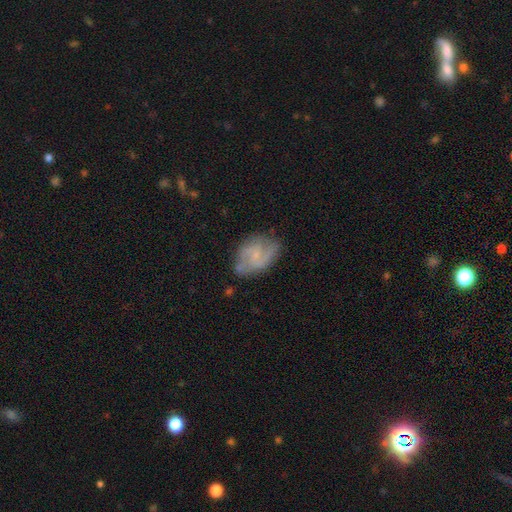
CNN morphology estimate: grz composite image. It shows a featured or disk galaxy (66%) with no bar (55%), 2 (65%) medium (46%) spiral arms (85%) and a small central bulge (66%). Merging: none (64%).